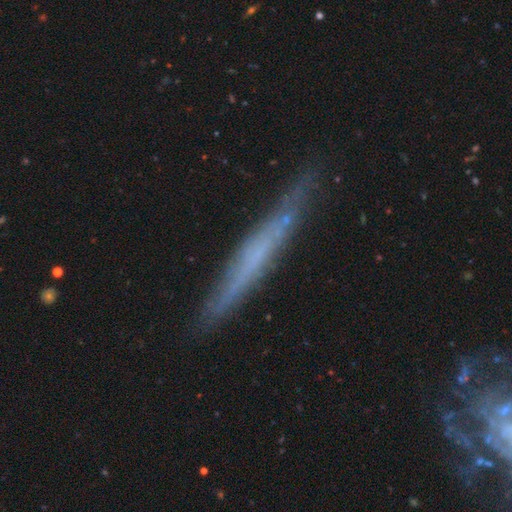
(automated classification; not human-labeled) Q: Smooth or featured?
A: featured or disk (62%); runner-up: smooth (31%)
Q: Edge-on disk?
A: yes (91%); runner-up: no (9%)
Q: Edge-on bulge?
A: none (81%); runner-up: rounded (11%)
Q: Merging?
A: none (80%); runner-up: minor disturbance (15%)